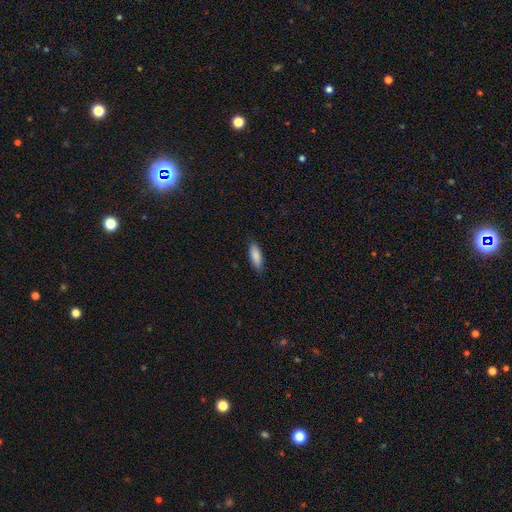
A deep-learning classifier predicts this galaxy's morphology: type=smooth (87%); roundness=in between (67%); merging=none (86%).